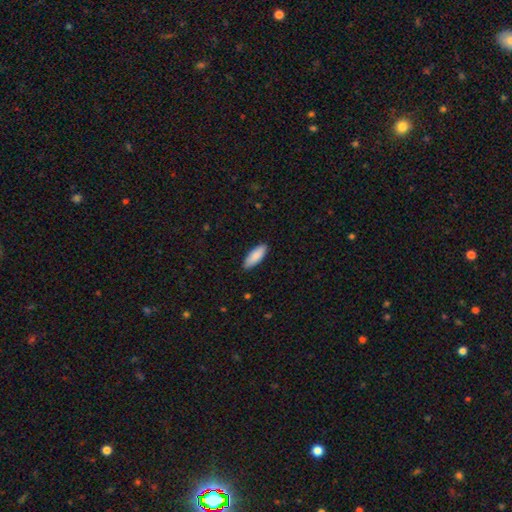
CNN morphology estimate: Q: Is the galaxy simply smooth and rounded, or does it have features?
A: smooth — 87%.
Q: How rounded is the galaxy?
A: in between — 65%.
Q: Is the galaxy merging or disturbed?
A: none — 89%.